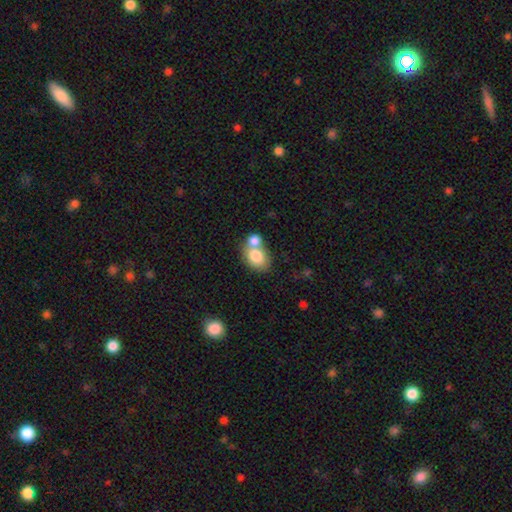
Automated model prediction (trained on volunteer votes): A smooth galaxy with no disk features (79%) that is in between round and cigar-shaped (68%). Merging: merger (51%).